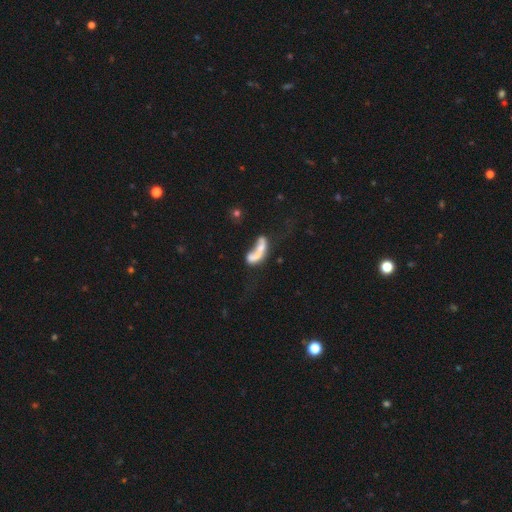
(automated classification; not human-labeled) This appears to be a smooth galaxy with no disk features (48%). Merging: merger (50%).